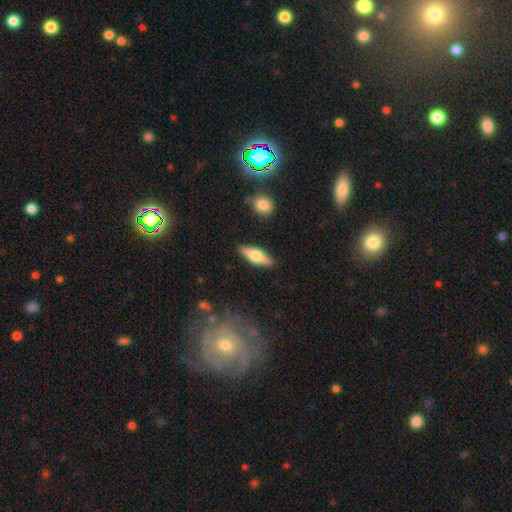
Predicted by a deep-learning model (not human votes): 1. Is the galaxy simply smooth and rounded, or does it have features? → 49% smooth, 45% featured or disk, 6% star or artifact.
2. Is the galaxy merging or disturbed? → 87% none, 9% minor disturbance, 2% major disturbance, 2% merger.